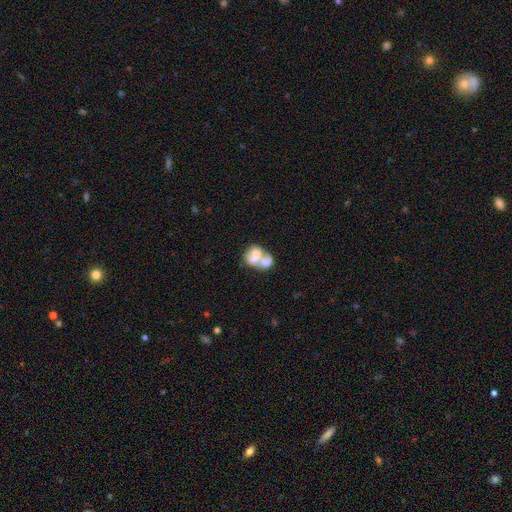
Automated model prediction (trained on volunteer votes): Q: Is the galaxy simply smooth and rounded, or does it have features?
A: smooth — 47%.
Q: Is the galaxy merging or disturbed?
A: merger — 71%.